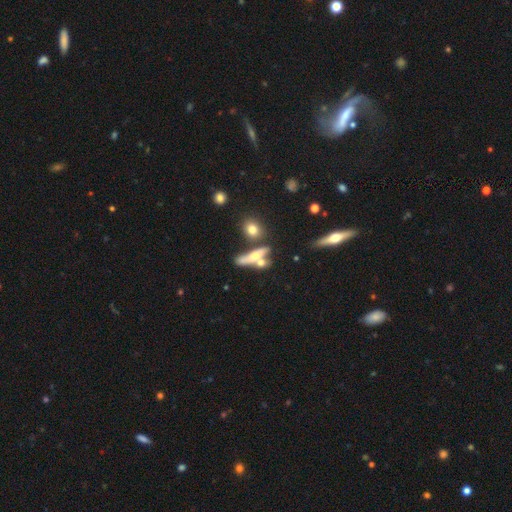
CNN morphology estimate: type=featured or disk (47%); merging=none (39%, tied with merger).